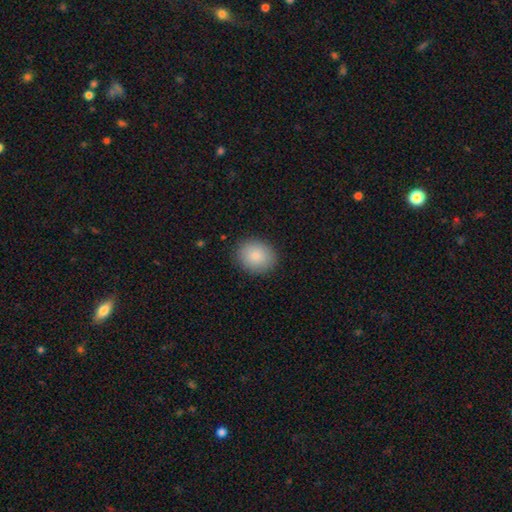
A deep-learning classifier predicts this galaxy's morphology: Smooth or featured? Predicted: smooth (p=0.87). How rounded? Predicted: round (p=0.64). Merging? Predicted: none (p=0.88).